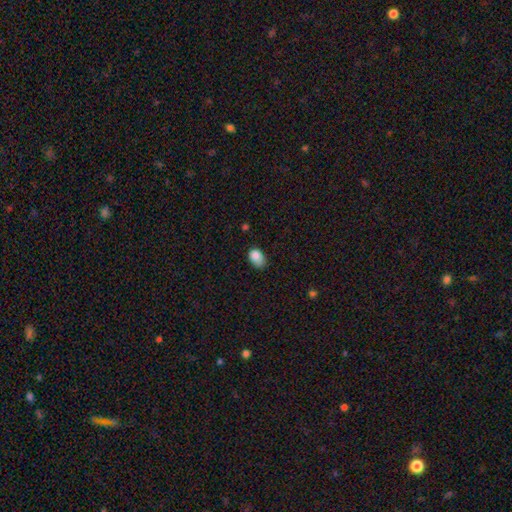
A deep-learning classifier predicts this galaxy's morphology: Q: Smooth or featured?
A: smooth (84%); runner-up: star or artifact (9%)
Q: How rounded?
A: in between (78%); runner-up: round (21%)
Q: Merging?
A: none (54%); runner-up: minor disturbance (36%)